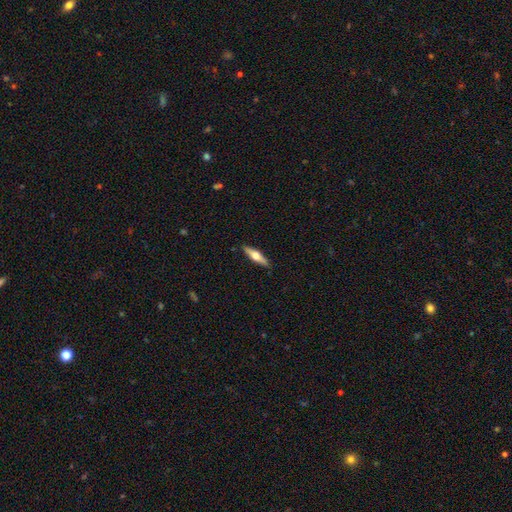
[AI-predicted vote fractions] Overall: featured or disk (56%; smooth 39%). Edge-on disk: yes (95%). Edge-on bulge: rounded (94%). Merging: none (90%).